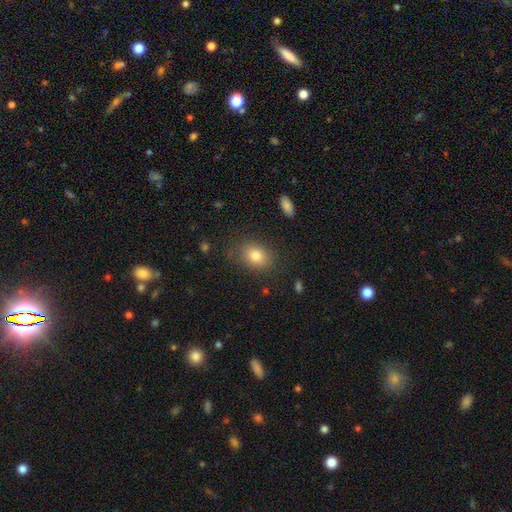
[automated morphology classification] smooth 79%, star or artifact 10%, featured or disk 10%. Down the decision tree: how rounded — in between (65%); merging — none (81%).